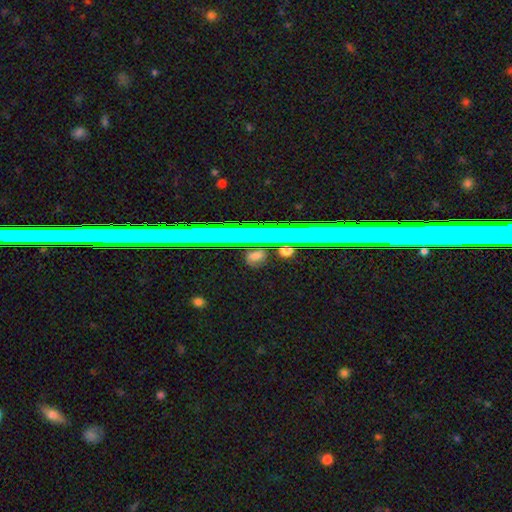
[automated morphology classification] smooth_or_featured: star or artifact (p=0.48) [alt: smooth p=0.37]